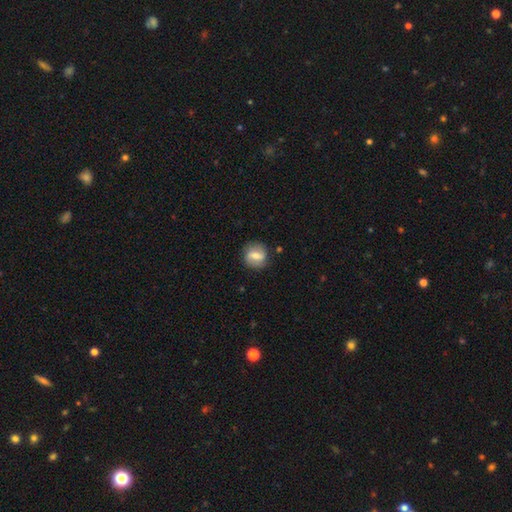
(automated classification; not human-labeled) smooth-or-featured: featured or disk: 48% | smooth: 45% | star or artifact: 7%
  merging: none: 82% | minor disturbance: 13% | major disturbance: 4% | merger: 2%